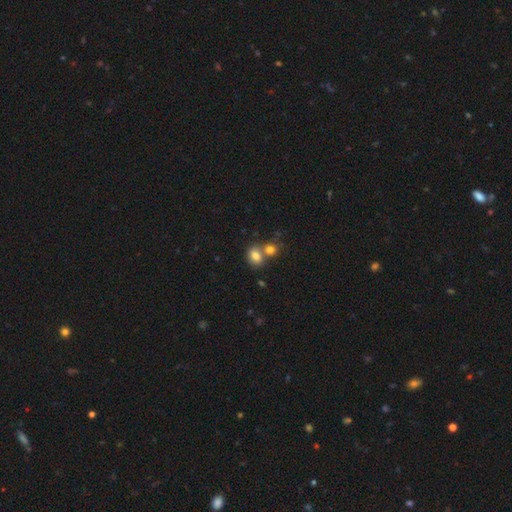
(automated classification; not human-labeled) A smooth galaxy with no disk features (80%) that is in between round and cigar-shaped (58%). Merging: merger (46%).